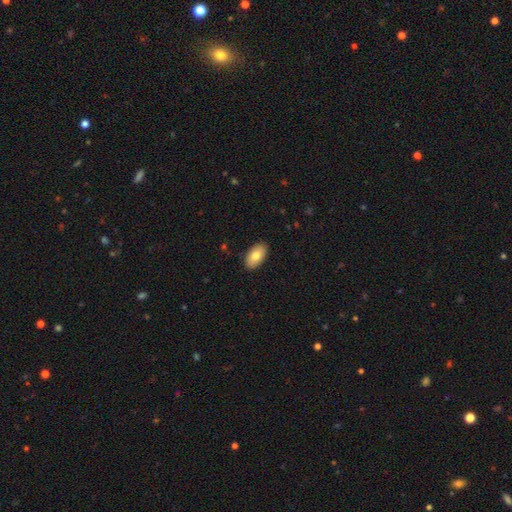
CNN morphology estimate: smooth_or_featured: smooth (p=0.78) [alt: featured or disk p=0.16]
how_rounded: in between (p=0.95) [alt: round p=0.04]
merging: none (p=0.90) [alt: minor disturbance p=0.08]